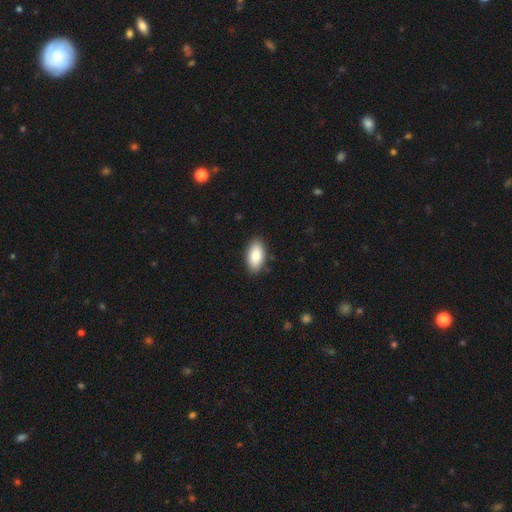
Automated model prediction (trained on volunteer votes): smooth_or_featured: smooth (p=0.85) [alt: featured or disk p=0.09]
how_rounded: in between (p=0.94) [alt: cigar-shaped p=0.03]
merging: none (p=0.87) [alt: minor disturbance p=0.10]